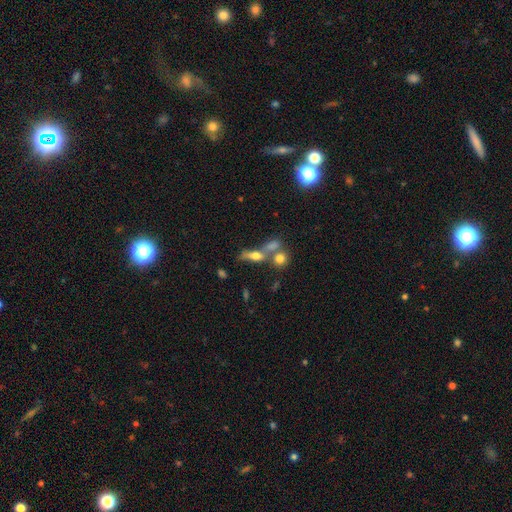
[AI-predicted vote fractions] Smooth or featured: smooth — 48% (featured or disk — 40%)
Merging: none — 44% (merger — 35%)